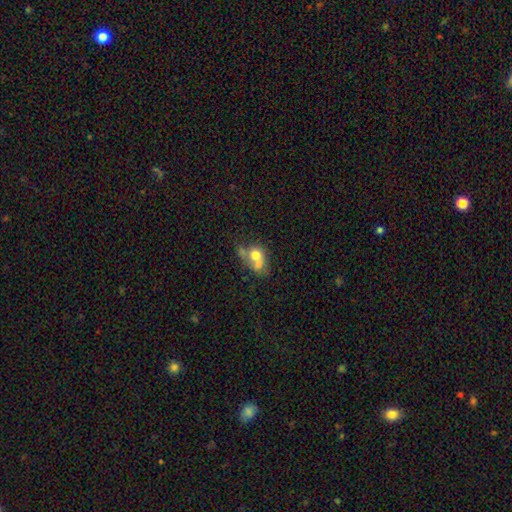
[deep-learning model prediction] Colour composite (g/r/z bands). It shows a smooth galaxy with no disk features (65%) that is in between round and cigar-shaped (51%). Merging: merger (47%).